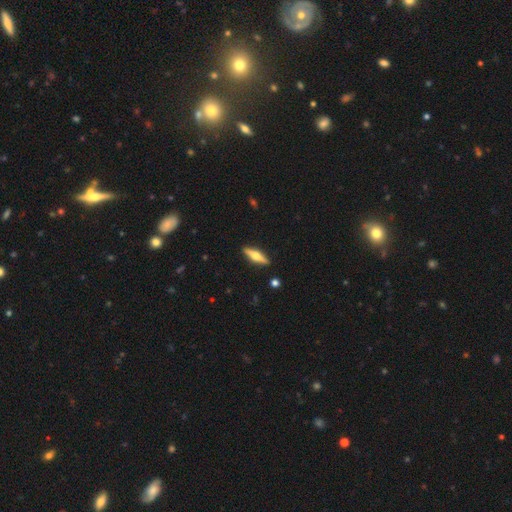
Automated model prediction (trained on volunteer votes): A featured or disk galaxy (64%) viewed edge-on (96%) with a rounded central bulge (94%). Merging: none (90%).